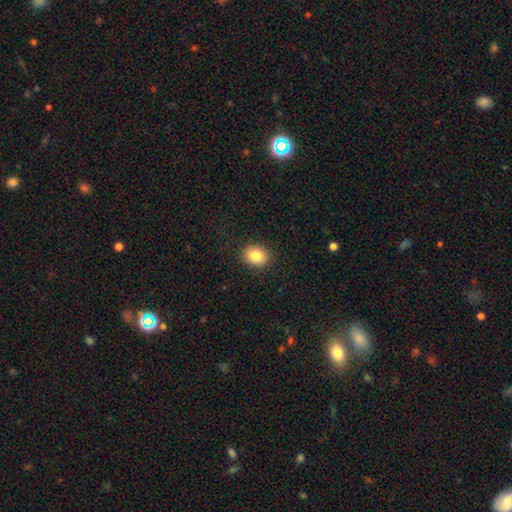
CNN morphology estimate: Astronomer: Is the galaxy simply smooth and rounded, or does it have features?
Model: smooth — 85%.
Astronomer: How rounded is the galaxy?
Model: round — 52% (runner-up: in between, 48%).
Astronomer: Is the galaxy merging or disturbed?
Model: none — 89%.